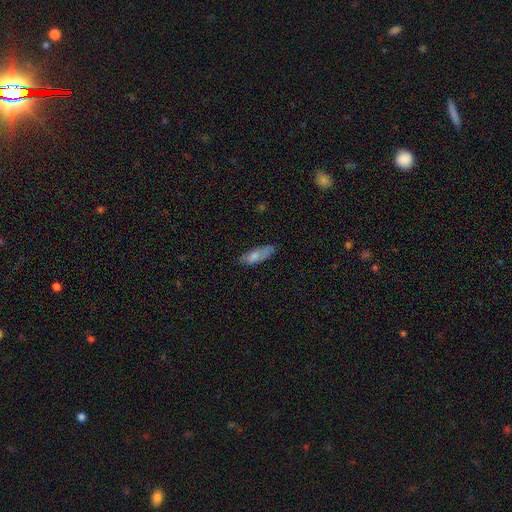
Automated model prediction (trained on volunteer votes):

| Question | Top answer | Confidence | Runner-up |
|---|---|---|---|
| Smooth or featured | smooth | 69% | featured or disk (24%) |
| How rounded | in between | 65% | cigar-shaped (33%) |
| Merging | none | 68% | minor disturbance (24%) |